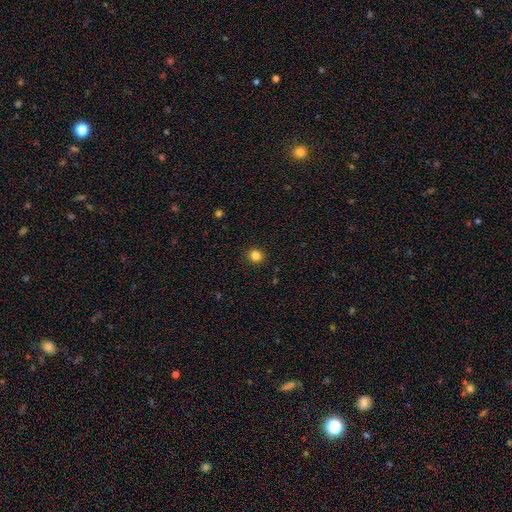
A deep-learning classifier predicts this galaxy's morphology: The model was most divided on "how rounded": round: 84%, in between: 15%, cigar-shaped: 1%. More confident: merging — none (91%); smooth or featured — smooth (84%).